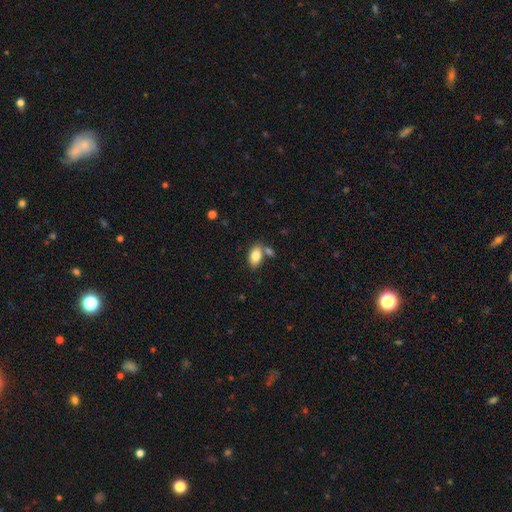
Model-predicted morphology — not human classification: Smooth or featured?
  - smooth: 83% *
  - featured or disk: 10%
  - star or artifact: 7%
How rounded?
  - in between: 92% *
  - round: 5%
  - cigar-shaped: 3%
Merging?
  - none: 63% *
  - merger: 21%
  - minor disturbance: 13%
  - major disturbance: 4%